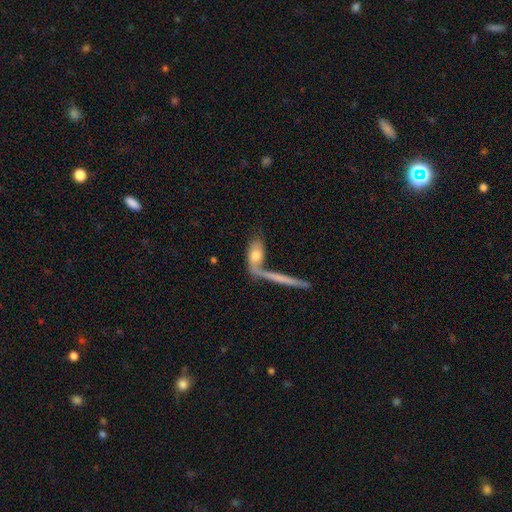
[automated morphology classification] A smooth galaxy with no disk features (52%) that is in between round and cigar-shaped (50%). Merging: merger (44%).